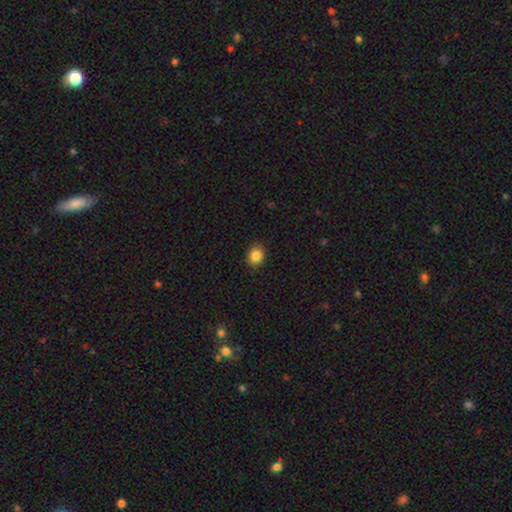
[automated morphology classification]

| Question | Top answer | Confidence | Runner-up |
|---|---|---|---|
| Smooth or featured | smooth | 86% | star or artifact (10%) |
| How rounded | round | 69% | in between (30%) |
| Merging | none | 89% | minor disturbance (8%) |